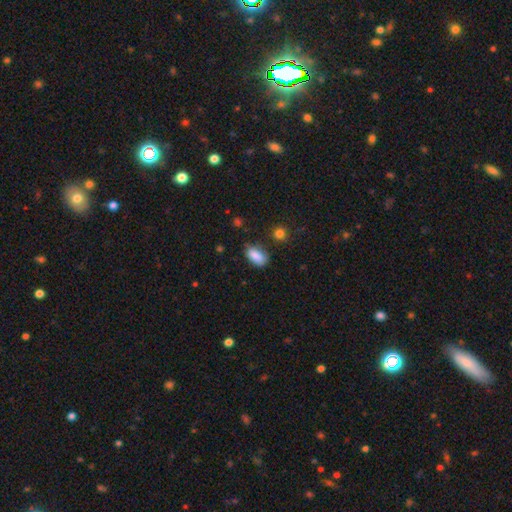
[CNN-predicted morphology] This is clearly a smooth galaxy (86%). How rounded: clearly in between (90%). Merging: likely none (70%).